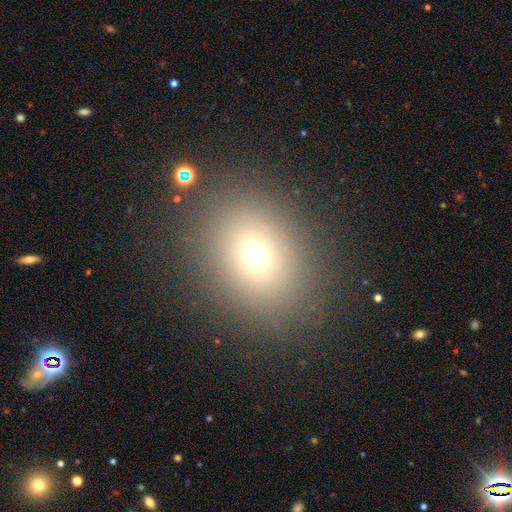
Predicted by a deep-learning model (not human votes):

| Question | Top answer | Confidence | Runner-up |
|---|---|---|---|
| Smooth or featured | smooth | 68% | star or artifact (20%) |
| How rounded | round | 54% | in between (44%) |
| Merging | none | 86% | minor disturbance (8%) |